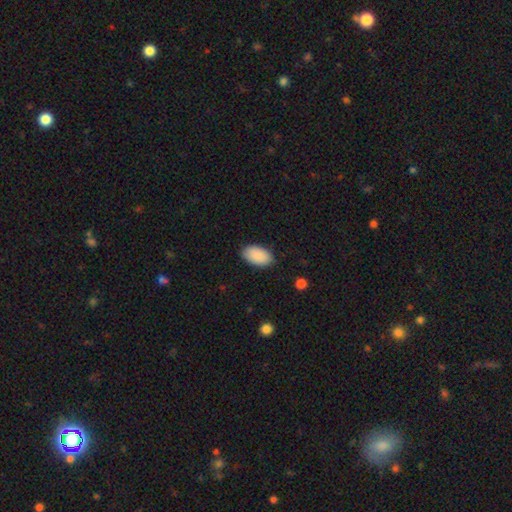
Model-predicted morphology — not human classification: Overall: smooth (90%). How rounded: in between (95%). Merging: none (86%).